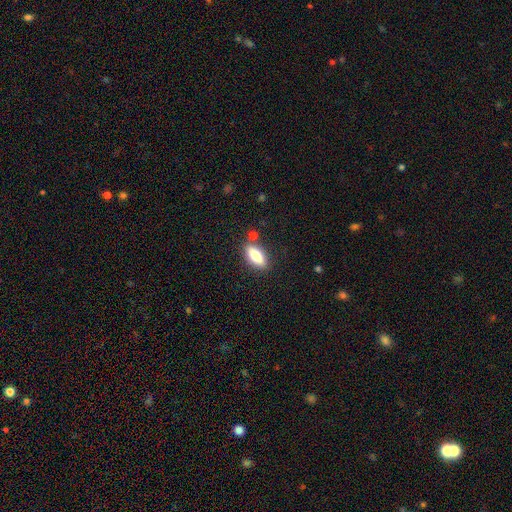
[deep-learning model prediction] Smooth or featured: smooth — 75% (featured or disk — 18%)
How rounded: in between — 76% (cigar-shaped — 21%)
Merging: none — 80% (minor disturbance — 11%)